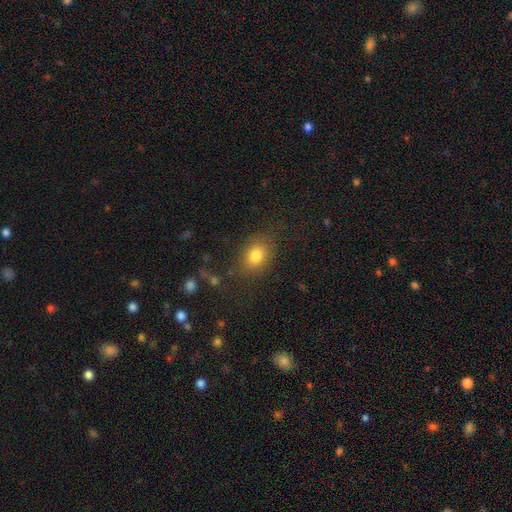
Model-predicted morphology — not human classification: Smooth or featured: smooth — 81% (star or artifact — 10%)
How rounded: in between — 70% (round — 29%)
Merging: none — 76% (minor disturbance — 15%)